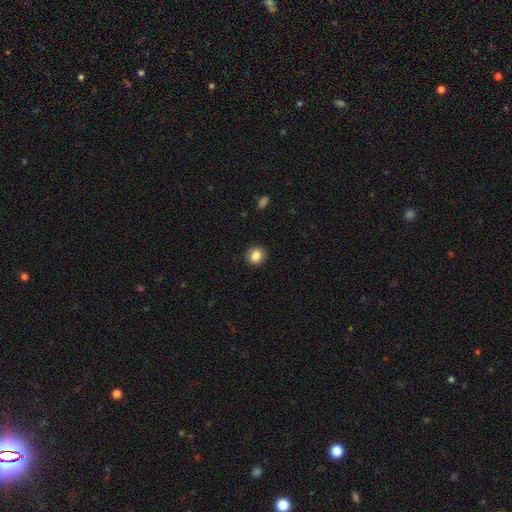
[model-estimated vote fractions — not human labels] smooth 86%, star or artifact 9%, featured or disk 5%. Down the decision tree: how rounded — round (77%); merging — none (90%).